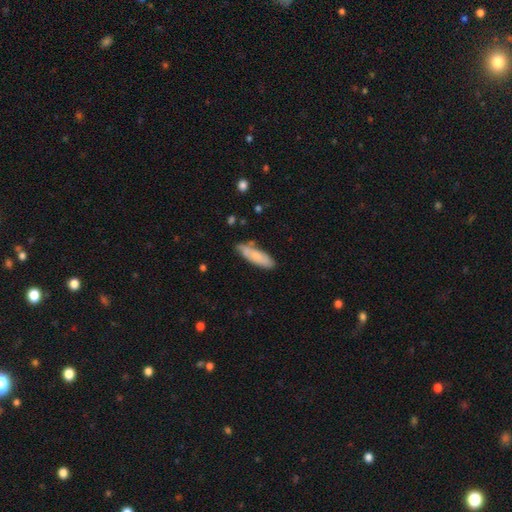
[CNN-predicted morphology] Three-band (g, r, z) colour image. It shows a smooth galaxy with no disk features (75%) that is cigar-shaped (52%). Merging: none (69%).